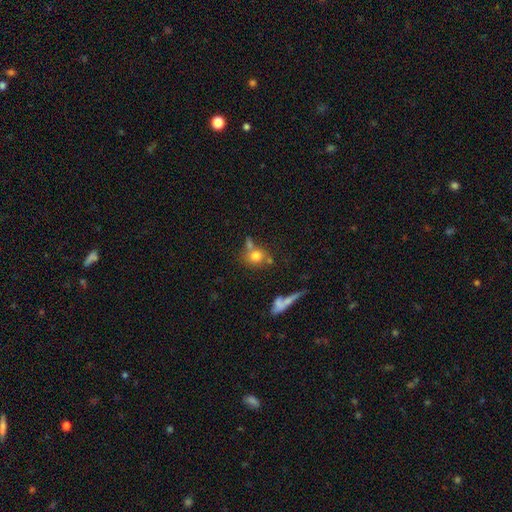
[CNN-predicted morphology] Q: Smooth or featured?
A: smooth (75%); runner-up: featured or disk (14%)
Q: How rounded?
A: round (71%); runner-up: in between (26%)
Q: Merging?
A: none (52%); runner-up: merger (28%)